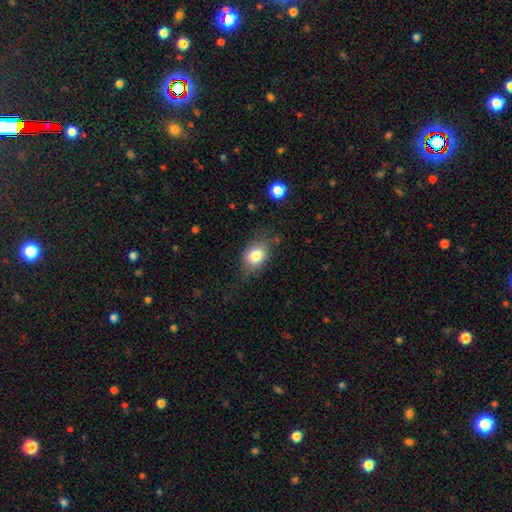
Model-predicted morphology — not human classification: This appears to be a smooth galaxy with no disk features (79%) that is in between round and cigar-shaped (71%). Merging: none (67%).